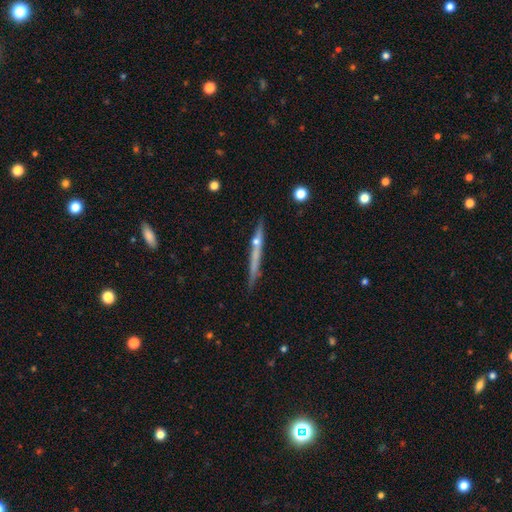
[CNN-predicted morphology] A featured or disk galaxy (58%) viewed edge-on (96%) with no central bulge (57%).

Vote fractions:
- Smooth or featured? featured or disk: 58% / smooth: 34% / star or artifact: 8%
- Edge-on disk? yes: 96% / no: 4%
- Edge-on bulge? none: 57% / rounded: 38% / boxy: 5%
- Merging? none: 79% / minor disturbance: 14% / merger: 5% / major disturbance: 3%